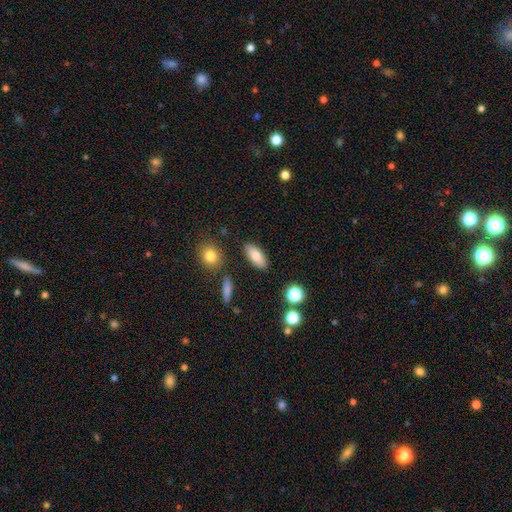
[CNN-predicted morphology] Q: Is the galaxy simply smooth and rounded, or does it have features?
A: smooth — 78%.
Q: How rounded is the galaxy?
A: in between — 84%.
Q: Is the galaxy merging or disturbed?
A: none — 84%.